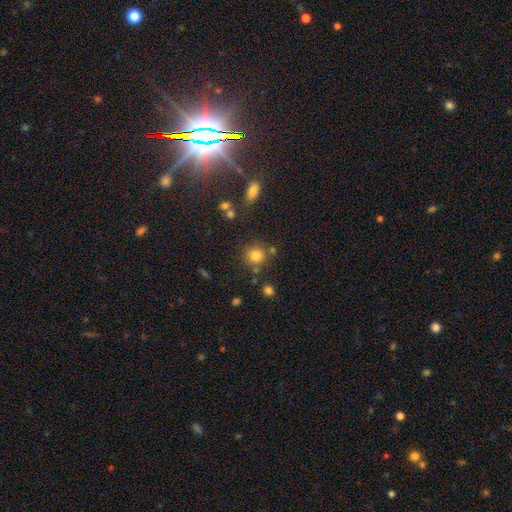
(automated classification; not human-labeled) Smooth or featured? smooth (80%)
How rounded? round (90%)
Merging? none (74%)